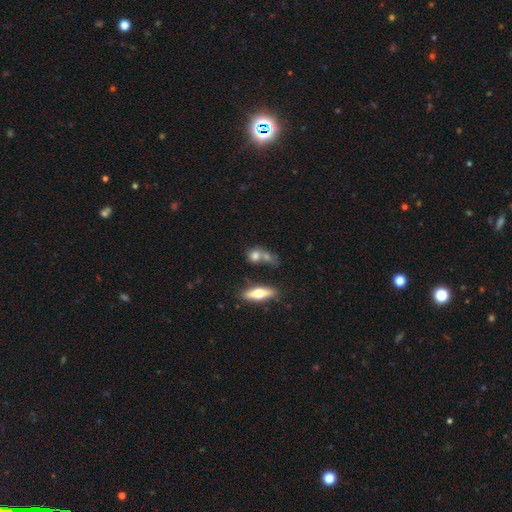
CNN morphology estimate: A smooth galaxy with no disk features (68%) that is round (51%). Merging: none (45%).